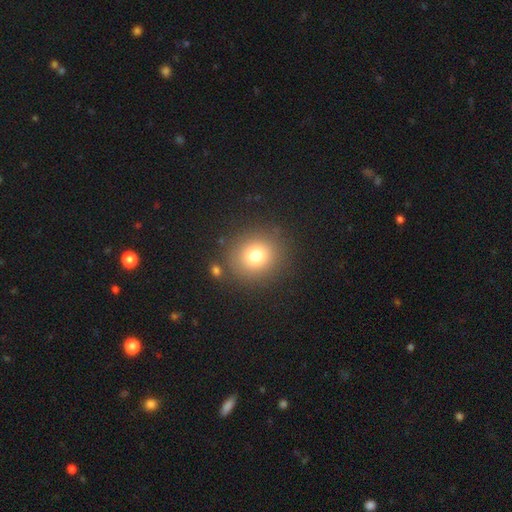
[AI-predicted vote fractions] Smooth or featured? smooth (76%)
How rounded? round (88%)
Merging? none (85%)